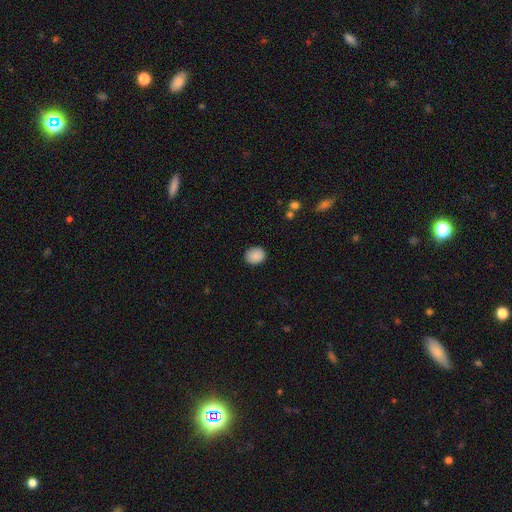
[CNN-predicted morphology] A smooth galaxy with no disk features (89%) that is round (60%). Merging: none (87%).